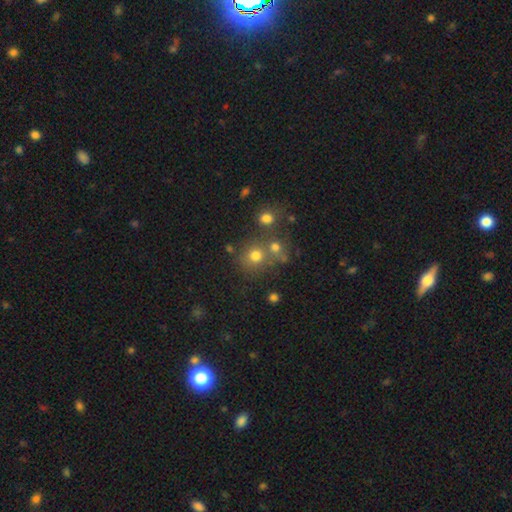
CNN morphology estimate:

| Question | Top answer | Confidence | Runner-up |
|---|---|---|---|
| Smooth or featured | smooth | 73% | star or artifact (17%) |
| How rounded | round | 86% | in between (13%) |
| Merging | none | 60% | merger (27%) |